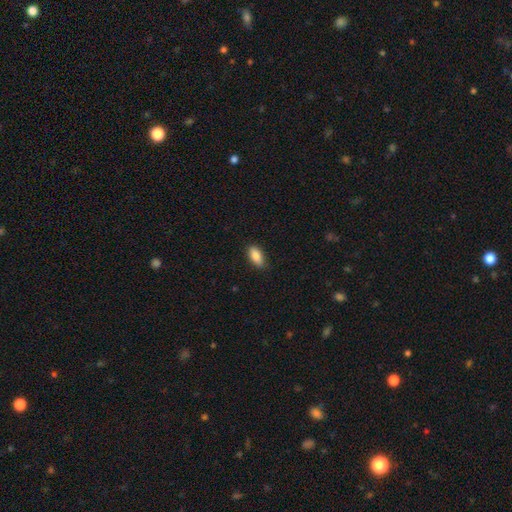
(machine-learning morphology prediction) Q: Smooth or featured?
A: smooth (87%); runner-up: star or artifact (7%)
Q: How rounded?
A: in between (90%); runner-up: cigar-shaped (7%)
Q: Merging?
A: none (84%); runner-up: minor disturbance (13%)